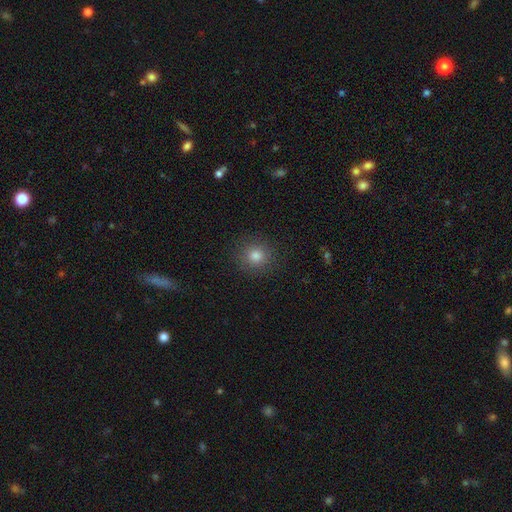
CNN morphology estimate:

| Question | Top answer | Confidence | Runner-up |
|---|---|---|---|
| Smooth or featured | smooth | 80% | star or artifact (14%) |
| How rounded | round | 92% | in between (7%) |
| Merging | none | 90% | minor disturbance (6%) |